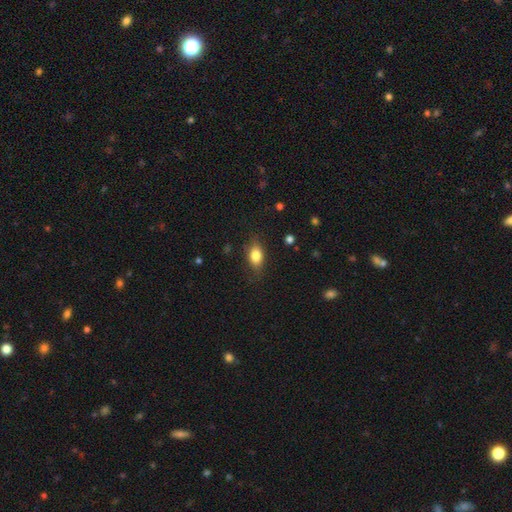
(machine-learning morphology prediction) This appears to be a smooth galaxy with no disk features (82%) that is in between round and cigar-shaped (81%). Merging: none (79%).